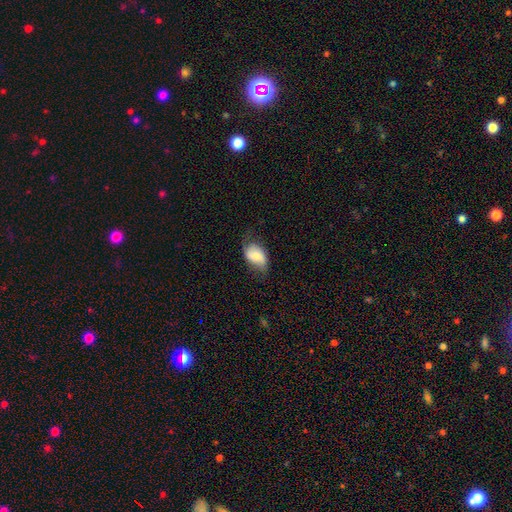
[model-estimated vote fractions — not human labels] Smooth or featured: smooth — 66% (featured or disk — 27%)
How rounded: in between — 89% (round — 10%)
Merging: none — 49% (minor disturbance — 34%)